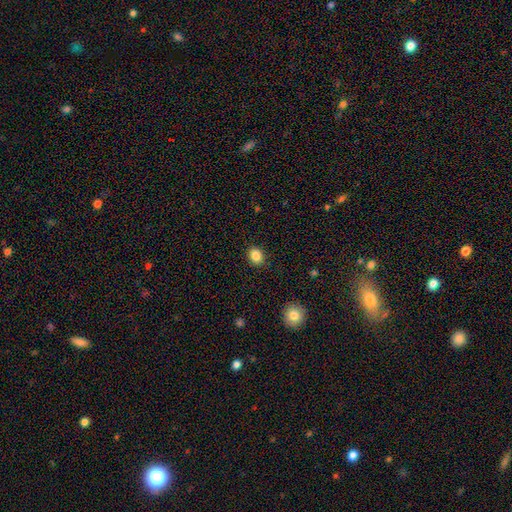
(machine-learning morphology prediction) This is clearly a smooth galaxy (86%). How rounded: possibly in between (50%). Merging: clearly none (89%).